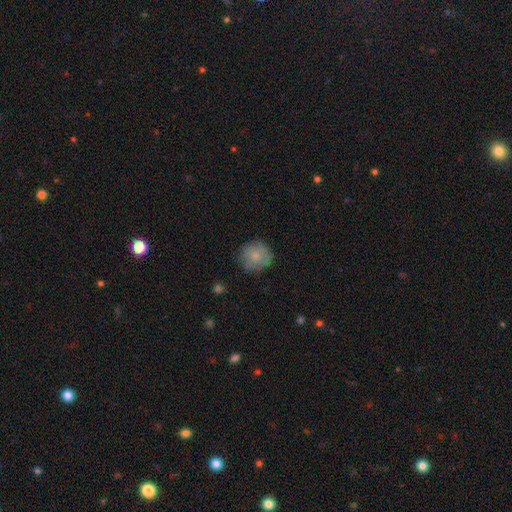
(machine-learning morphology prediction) smooth_or_featured: smooth (p=0.79) [alt: featured or disk p=0.14]
how_rounded: round (p=0.89) [alt: in between p=0.10]
merging: none (p=0.79) [alt: minor disturbance p=0.16]